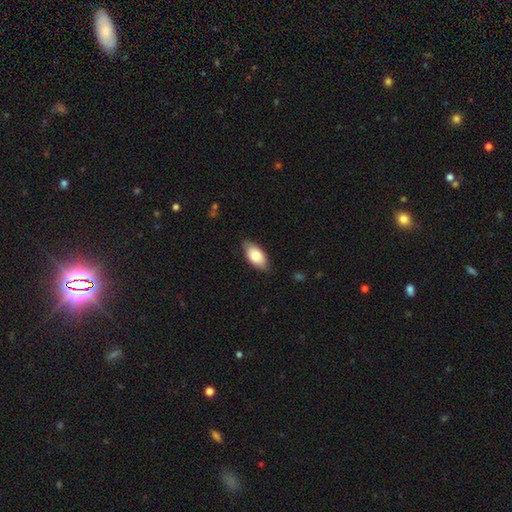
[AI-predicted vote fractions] Smooth or featured: smooth — 80% (featured or disk — 14%)
How rounded: in between — 93% (cigar-shaped — 5%)
Merging: none — 81% (minor disturbance — 15%)